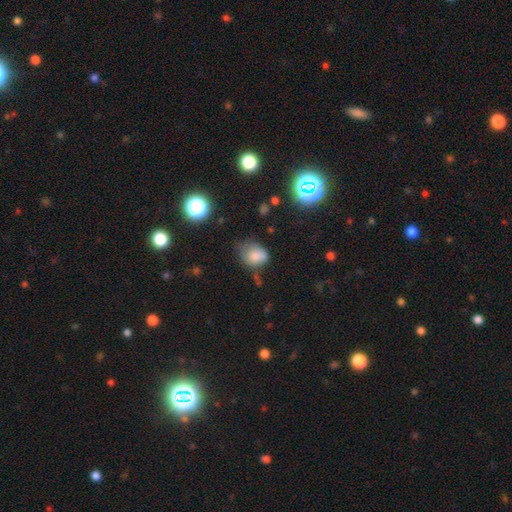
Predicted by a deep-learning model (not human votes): Smooth or featured?
  - smooth: 78% *
  - star or artifact: 12%
  - featured or disk: 10%
How rounded?
  - in between: 55% *
  - round: 44%
  - cigar-shaped: 1%
Merging?
  - minor disturbance: 40% *
  - none: 39%
  - major disturbance: 17%
  - merger: 4%